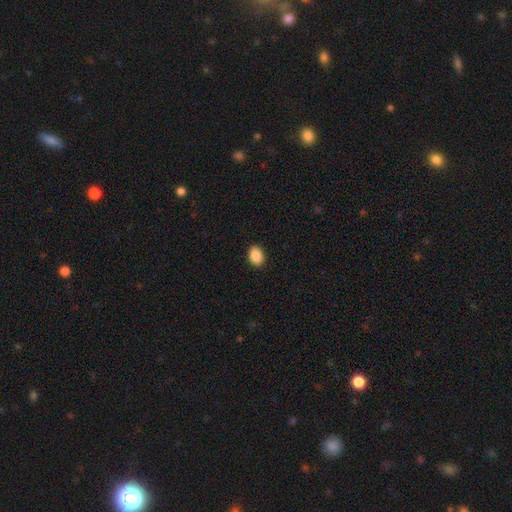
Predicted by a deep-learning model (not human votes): Morphology: type=smooth (89%); roundness=in between (73%); merging=none (91%).